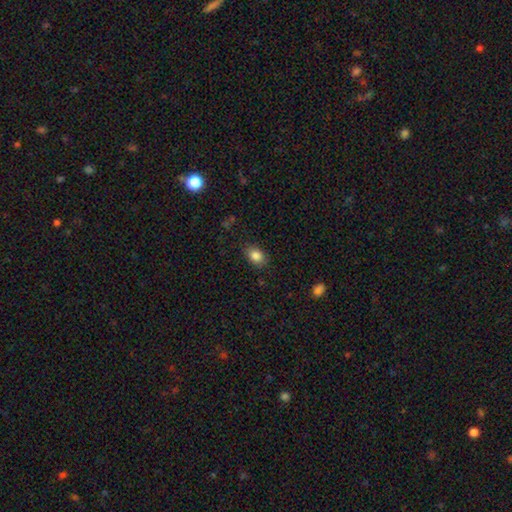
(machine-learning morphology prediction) Q: Smooth or featured?
A: smooth (85%); runner-up: star or artifact (9%)
Q: How rounded?
A: in between (74%); runner-up: round (25%)
Q: Merging?
A: none (83%); runner-up: minor disturbance (13%)